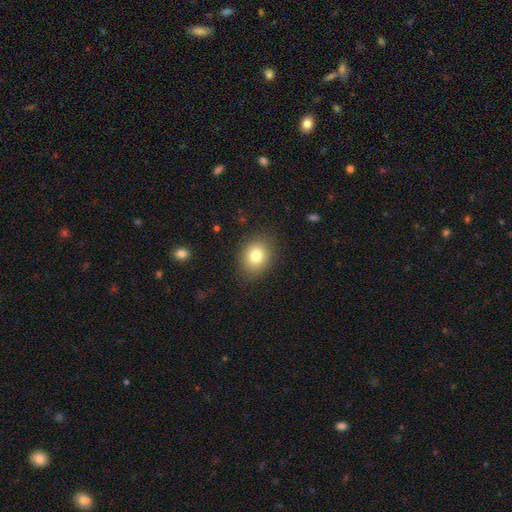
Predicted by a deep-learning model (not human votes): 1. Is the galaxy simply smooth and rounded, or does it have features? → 80% smooth, 11% star or artifact, 10% featured or disk.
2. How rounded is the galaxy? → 57% round, 42% in between, 1% cigar-shaped.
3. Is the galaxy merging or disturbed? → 86% none, 10% minor disturbance, 3% major disturbance, 1% merger.